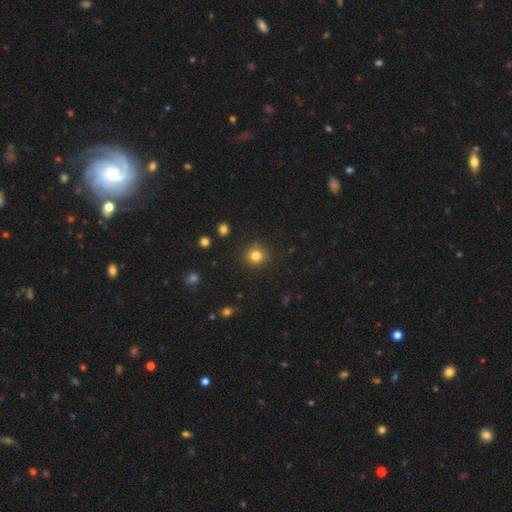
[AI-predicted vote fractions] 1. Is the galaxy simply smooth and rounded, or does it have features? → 81% smooth, 13% star or artifact, 6% featured or disk.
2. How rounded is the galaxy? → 92% round, 7% in between, 1% cigar-shaped.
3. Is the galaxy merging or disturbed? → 89% none, 7% minor disturbance, 2% major disturbance, 2% merger.